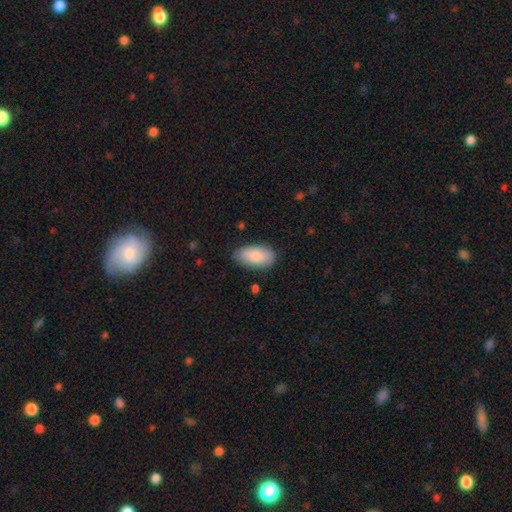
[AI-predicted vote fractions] smooth-or-featured: smooth: 84% | featured or disk: 10% | star or artifact: 6%
  how-rounded: in between: 94% | round: 3% | cigar-shaped: 2%
  merging: none: 76% | minor disturbance: 19% | major disturbance: 3% | merger: 2%